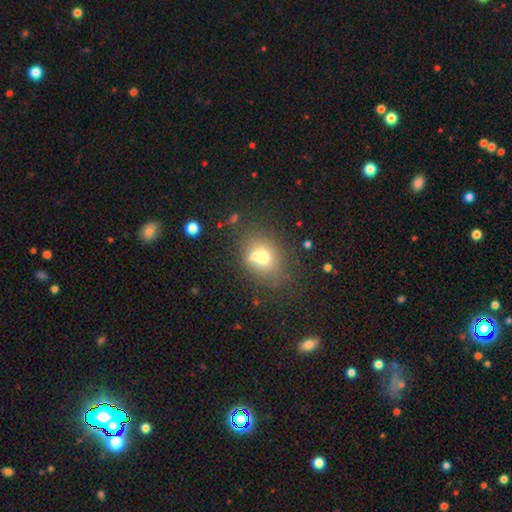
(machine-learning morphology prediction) smooth-or-featured: smooth: 64% | featured or disk: 22% | star or artifact: 14%
  how-rounded: round: 53% | in between: 46% | cigar-shaped: 1%
  merging: none: 40% | merger: 38% | minor disturbance: 14% | major disturbance: 8%